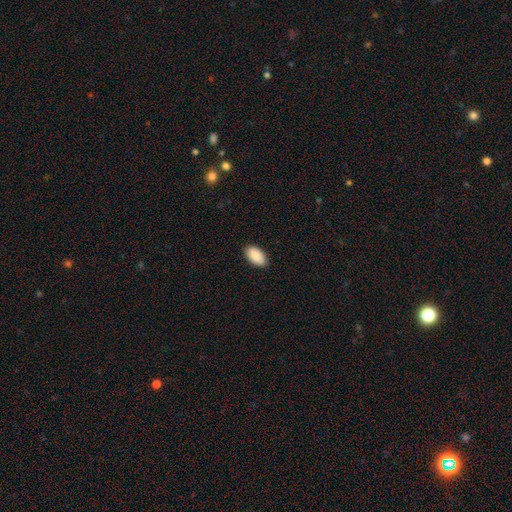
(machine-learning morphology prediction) This appears to be a smooth galaxy with no disk features (89%) that is in between round and cigar-shaped (95%). Merging: none (88%).